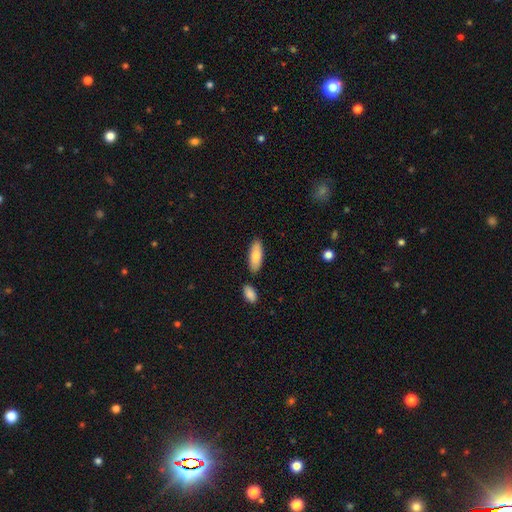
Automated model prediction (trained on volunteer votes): Morphology: type=smooth (81%); roundness=in between (77%); merging=none (81%).